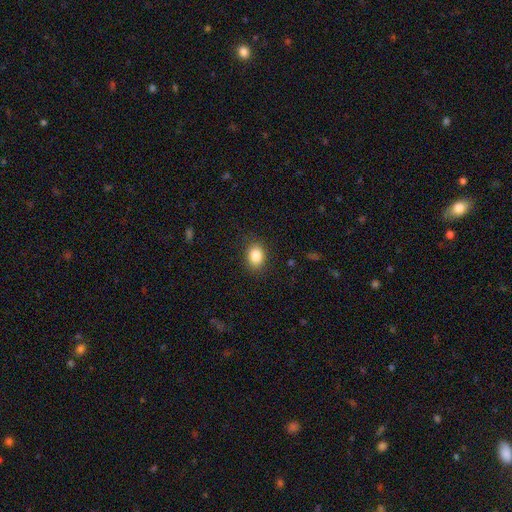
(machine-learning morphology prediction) This appears to be a smooth galaxy with no disk features (86%) that is in between round and cigar-shaped (59%). Merging: none (86%).